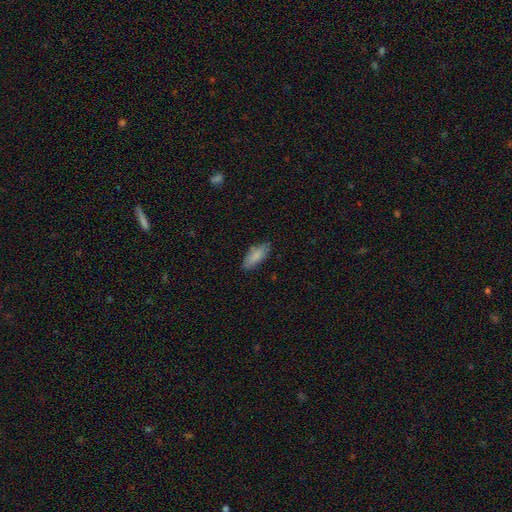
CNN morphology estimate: Q: Smooth or featured?
A: smooth (84%); runner-up: featured or disk (9%)
Q: How rounded?
A: in between (79%); runner-up: cigar-shaped (19%)
Q: Merging?
A: none (76%); runner-up: minor disturbance (19%)